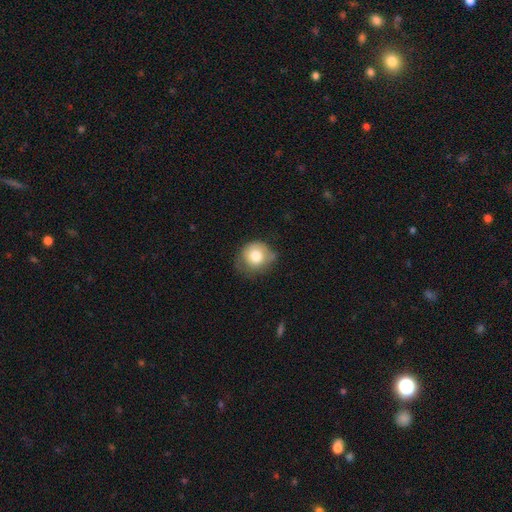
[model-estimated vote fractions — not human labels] smooth_or_featured: smooth (p=0.77) [alt: featured or disk p=0.15]
how_rounded: round (p=0.82) [alt: in between p=0.17]
merging: none (p=0.48) [alt: minor disturbance p=0.37]